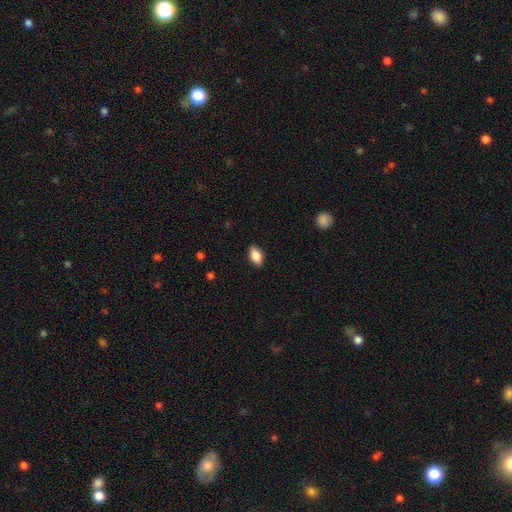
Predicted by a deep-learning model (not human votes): Q: Smooth or featured?
A: smooth (86%); runner-up: star or artifact (7%)
Q: How rounded?
A: in between (91%); runner-up: round (6%)
Q: Merging?
A: none (89%); runner-up: minor disturbance (8%)